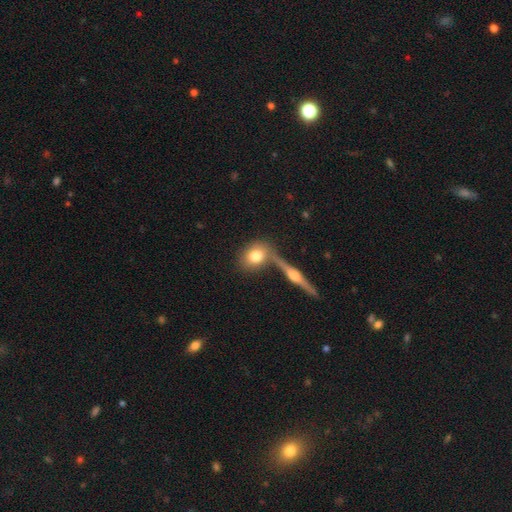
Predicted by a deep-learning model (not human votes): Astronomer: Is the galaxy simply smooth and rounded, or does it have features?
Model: smooth — 72%.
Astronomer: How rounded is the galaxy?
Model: round — 53% (runner-up: in between, 43%).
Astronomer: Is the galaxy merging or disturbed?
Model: none — 61%.